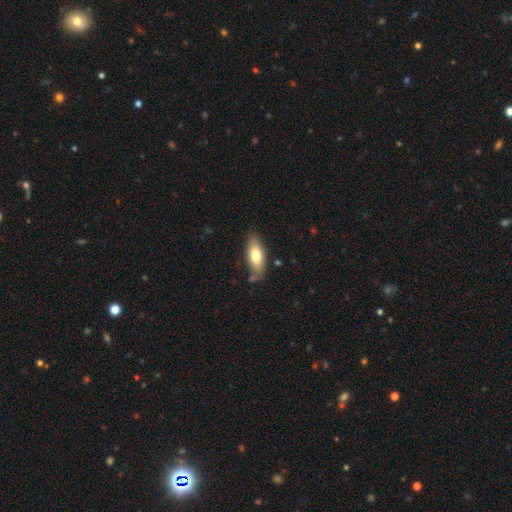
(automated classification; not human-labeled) Smooth or featured?
  - smooth: 73% *
  - featured or disk: 21%
  - star or artifact: 6%
How rounded?
  - in between: 78% *
  - cigar-shaped: 19%
  - round: 2%
Merging?
  - none: 76% *
  - minor disturbance: 17%
  - merger: 4%
  - major disturbance: 3%